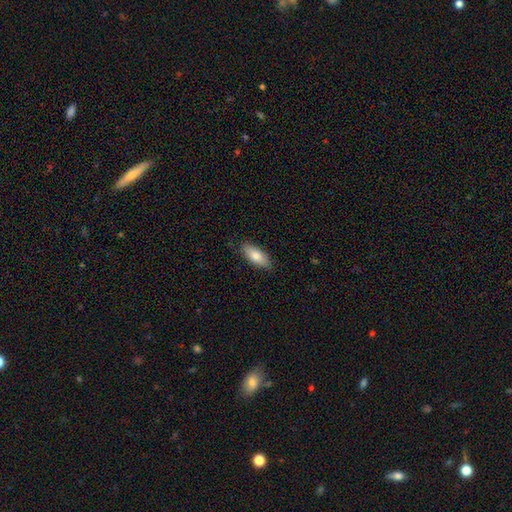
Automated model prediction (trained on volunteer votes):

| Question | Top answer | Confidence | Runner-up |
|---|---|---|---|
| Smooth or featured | smooth | 77% | featured or disk (16%) |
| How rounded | in between | 80% | cigar-shaped (18%) |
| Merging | none | 85% | minor disturbance (12%) |